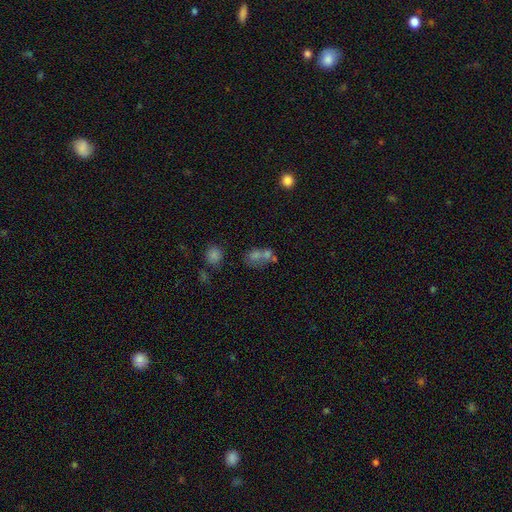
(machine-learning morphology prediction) This is possibly a smooth galaxy (57%). How rounded: possibly in between (55%). Merging: possibly merger (51%).